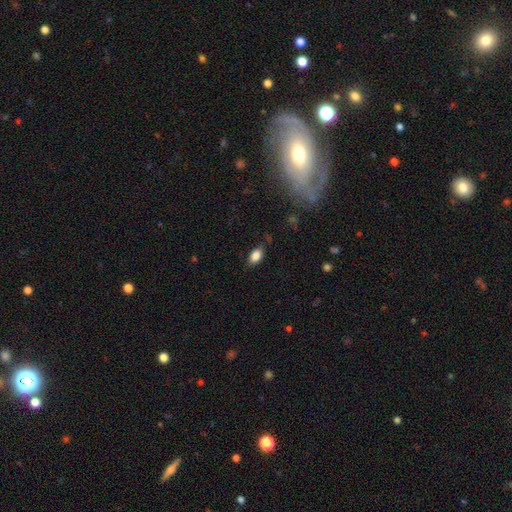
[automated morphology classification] smooth 86%, star or artifact 8%, featured or disk 6%. Down the decision tree: how rounded — in between (91%); merging — none (80%).